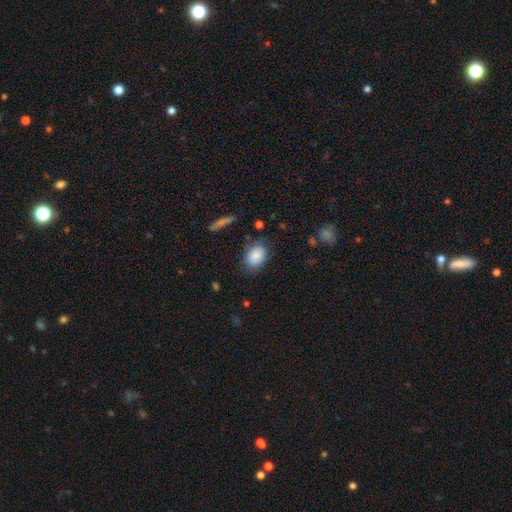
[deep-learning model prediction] Overall: smooth (86%). How rounded: in between (76%). Merging: none (70%).